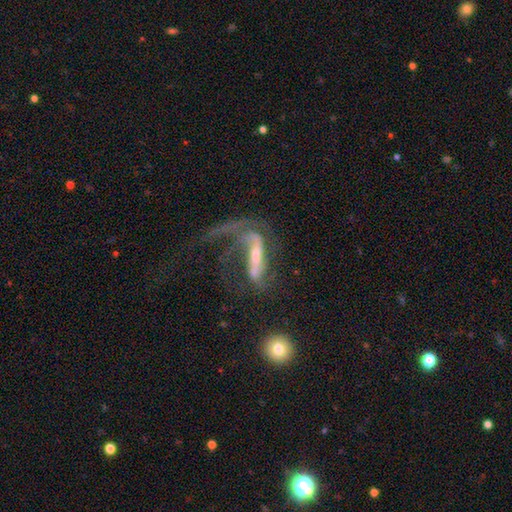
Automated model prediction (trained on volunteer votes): Q: Smooth or featured?
A: featured or disk (76%); runner-up: smooth (16%)
Q: Edge-on disk?
A: no (77%); runner-up: yes (23%)
Q: Bar?
A: strong (49%); runner-up: weak (25%)
Q: Spiral arms?
A: yes (78%); runner-up: no (22%)
Q: Bulge size?
A: small (53%); runner-up: moderate (33%)
Q: Merging?
A: major disturbance (56%); runner-up: none (25%)